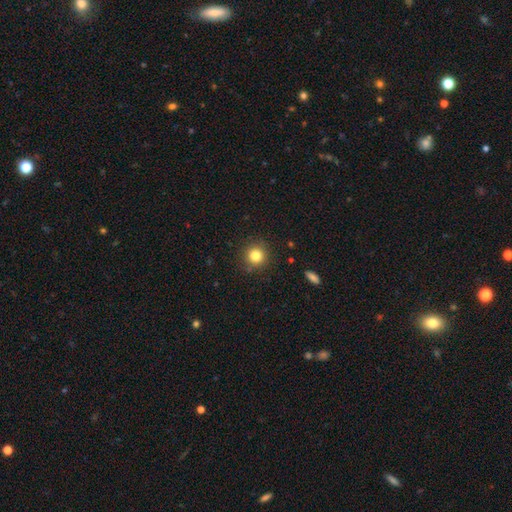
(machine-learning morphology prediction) smooth_or_featured: smooth (p=0.82) [alt: star or artifact p=0.12]
how_rounded: round (p=0.94) [alt: in between p=0.05]
merging: none (p=0.89) [alt: minor disturbance p=0.07]